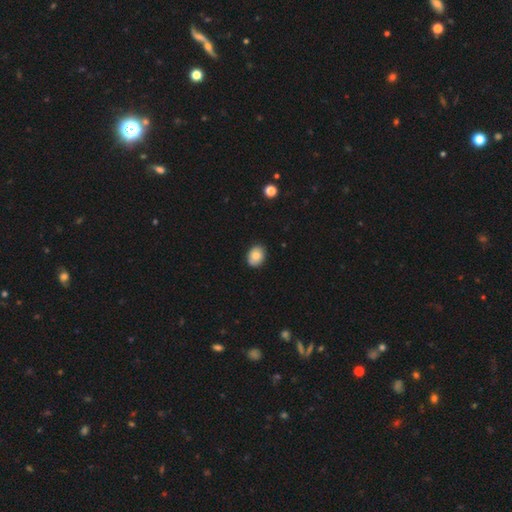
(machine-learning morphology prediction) The model was most divided on "how rounded": in between: 65%, round: 35%, cigar-shaped: 1%. More confident: merging — none (84%); smooth or featured — smooth (83%).